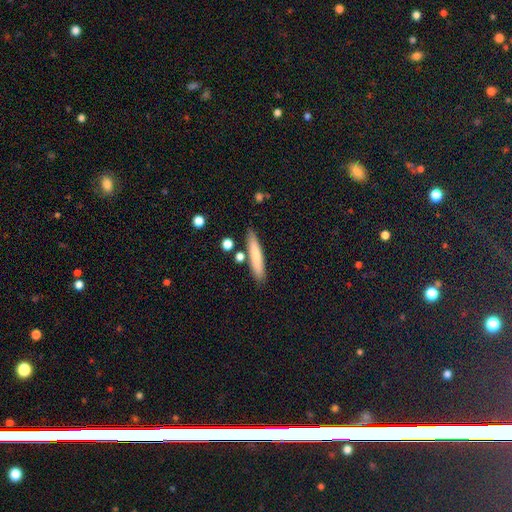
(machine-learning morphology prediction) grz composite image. It shows a smooth galaxy with no disk features (71%) that is cigar-shaped (90%). Merging: none (83%).